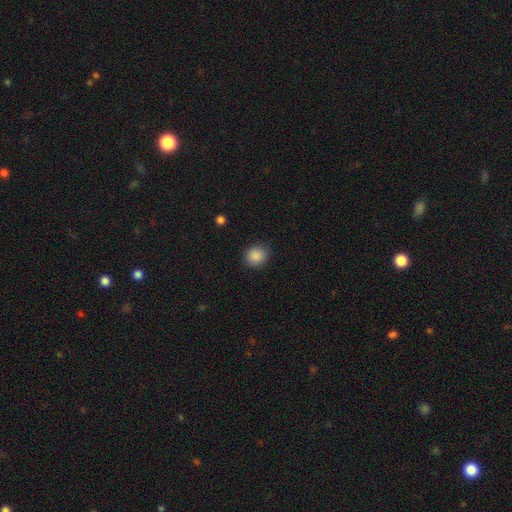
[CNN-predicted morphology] Smooth or featured: smooth — 88% (star or artifact — 9%)
How rounded: round — 71% (in between — 28%)
Merging: none — 87% (minor disturbance — 9%)